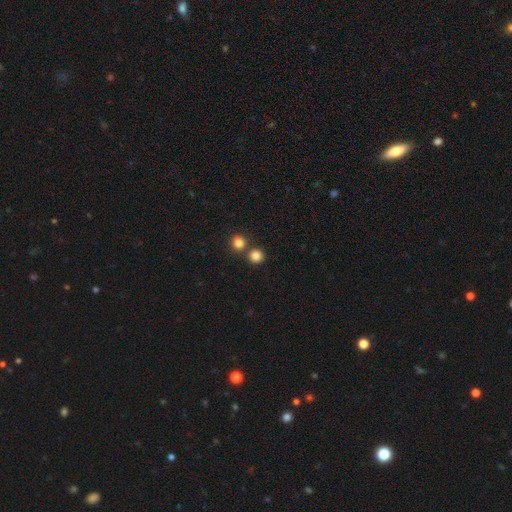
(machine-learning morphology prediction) Smooth or featured? smooth (83%)
How rounded? round (91%)
Merging? none (71%)